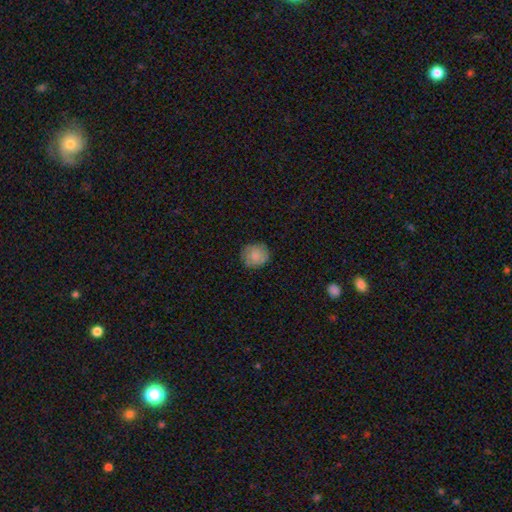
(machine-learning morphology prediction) This appears to be a smooth galaxy with no disk features (77%) that is round (85%). Merging: none (80%).